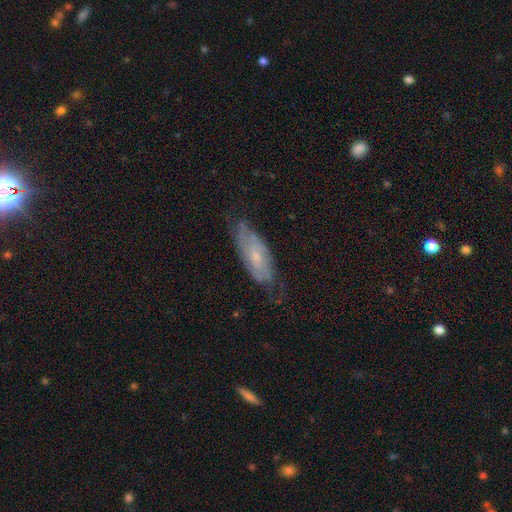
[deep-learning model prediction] A featured or disk galaxy (62%) with no bar (65%), spiral arms (81%) and a small central bulge (61%). Merging: none (64%).